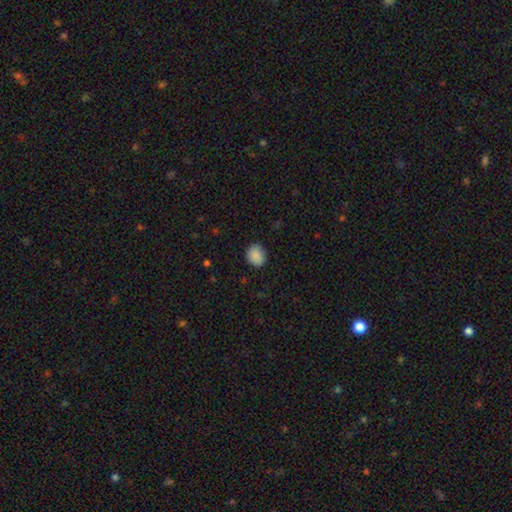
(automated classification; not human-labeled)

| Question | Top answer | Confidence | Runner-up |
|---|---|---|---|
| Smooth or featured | smooth | 88% | star or artifact (8%) |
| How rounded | round | 62% | in between (37%) |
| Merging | none | 81% | minor disturbance (15%) |